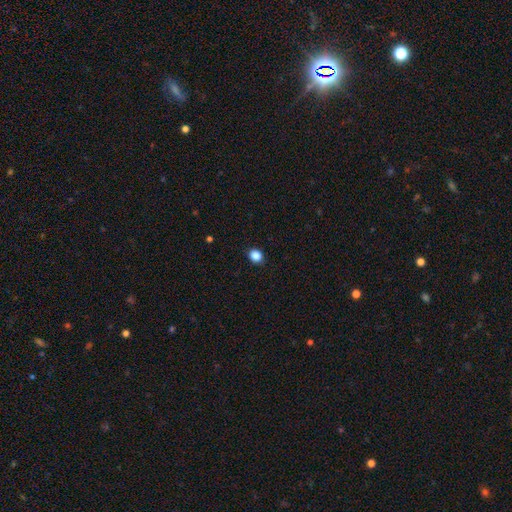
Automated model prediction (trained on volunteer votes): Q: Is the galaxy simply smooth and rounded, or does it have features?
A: smooth — 87%.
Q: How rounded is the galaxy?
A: round — 63%.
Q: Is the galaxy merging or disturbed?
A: none — 91%.